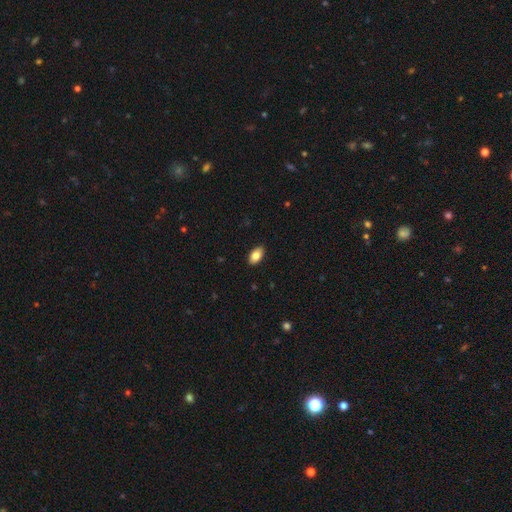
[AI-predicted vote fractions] This is clearly a smooth galaxy (85%). How rounded: clearly in between (93%). Merging: clearly none (90%).